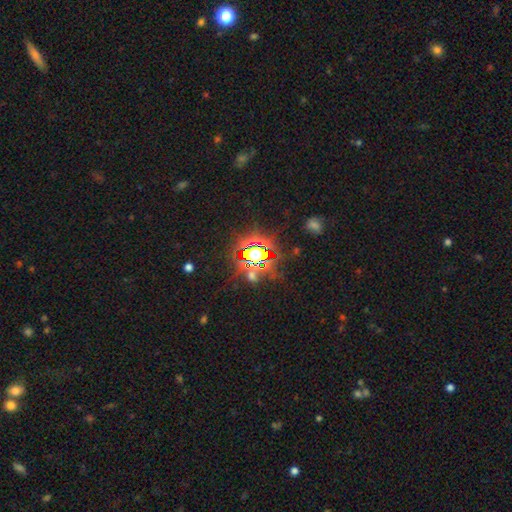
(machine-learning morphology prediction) star or artifact 73%, smooth 16%, featured or disk 10%.